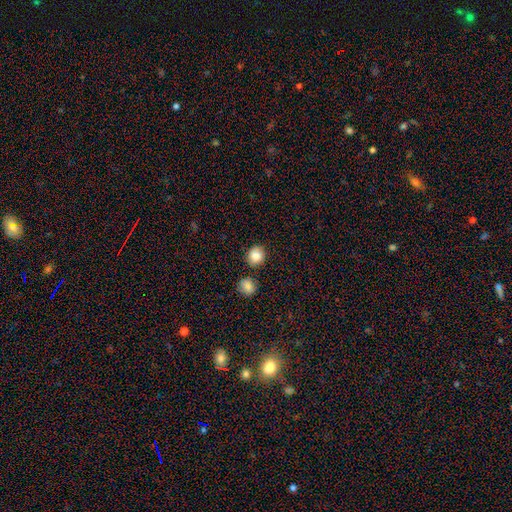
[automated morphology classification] The model was most divided on "how rounded": round: 82%, in between: 17%, cigar-shaped: 1%. More confident: smooth or featured — smooth (86%); merging — none (81%).